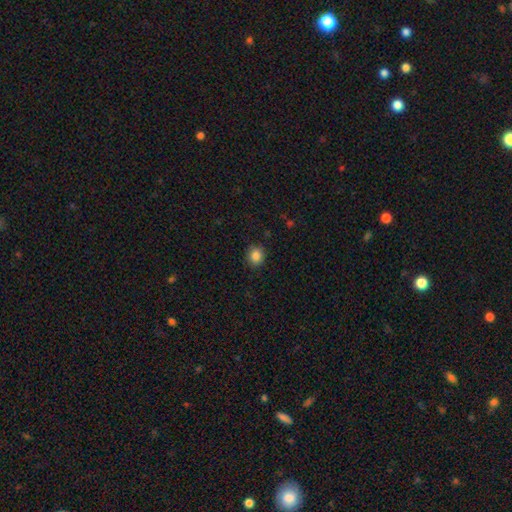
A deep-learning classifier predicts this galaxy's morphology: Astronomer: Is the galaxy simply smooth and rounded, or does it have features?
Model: smooth — 86%.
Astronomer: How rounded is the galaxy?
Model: round — 76%.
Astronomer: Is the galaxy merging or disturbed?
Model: none — 88%.